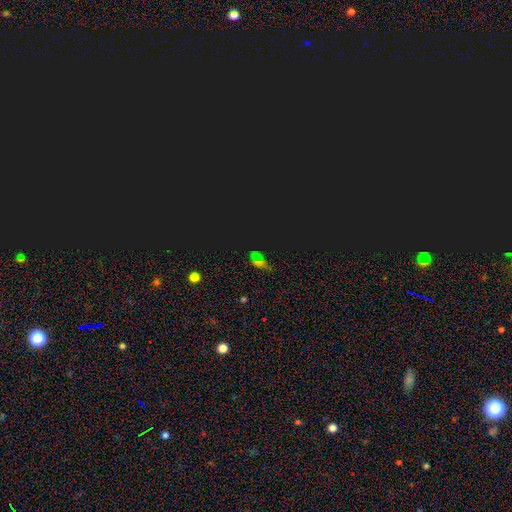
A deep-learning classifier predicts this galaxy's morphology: Q: Smooth or featured?
A: star or artifact (65%); runner-up: smooth (27%)